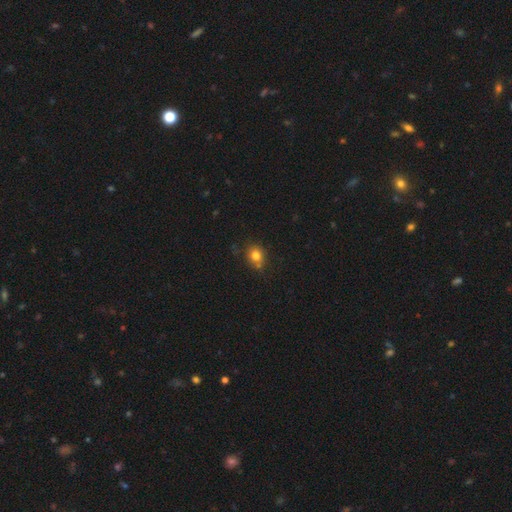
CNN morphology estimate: Smooth or featured? smooth (79%)
How rounded? round (70%)
Merging? none (67%)